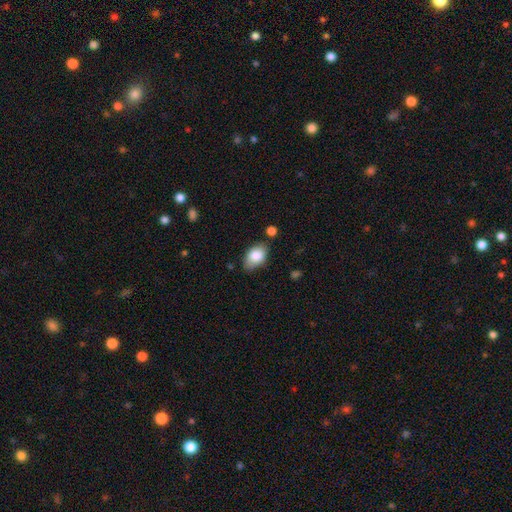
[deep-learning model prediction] smooth 84%, featured or disk 9%, star or artifact 7%. Down the decision tree: how rounded — in between (90%); merging — none (71%).